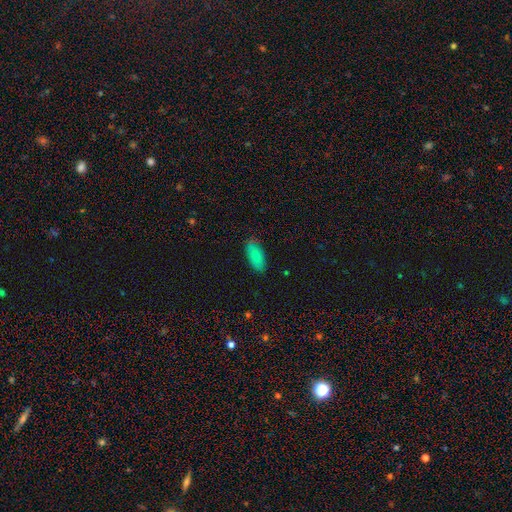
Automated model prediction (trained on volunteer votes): Smooth or featured: smooth — 73% (featured or disk — 17%)
How rounded: in between — 80% (cigar-shaped — 17%)
Merging: none — 81% (minor disturbance — 15%)